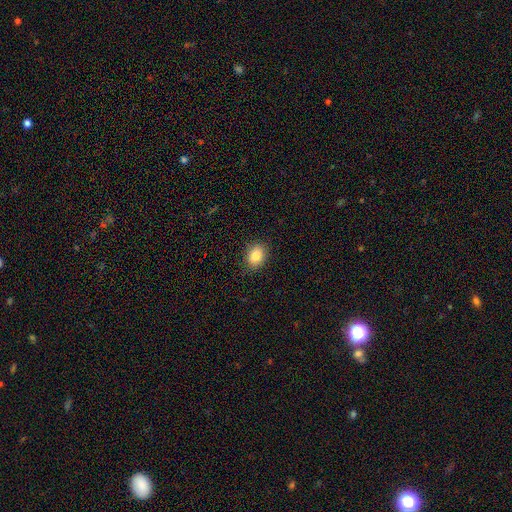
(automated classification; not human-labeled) Smooth or featured? smooth (85%)
How rounded? in between (63%)
Merging? none (86%)